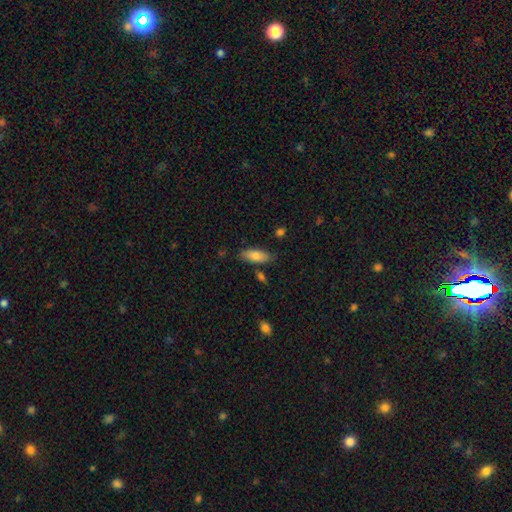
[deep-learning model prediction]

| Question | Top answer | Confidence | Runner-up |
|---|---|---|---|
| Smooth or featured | smooth | 79% | featured or disk (14%) |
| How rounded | in between | 79% | cigar-shaped (19%) |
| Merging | none | 78% | minor disturbance (14%) |